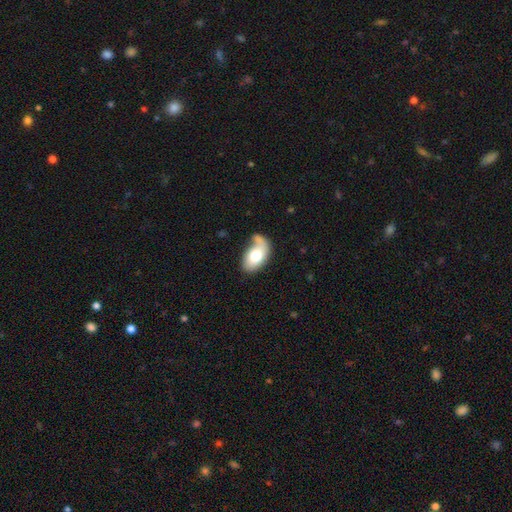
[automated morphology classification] Smooth or featured? Predicted: smooth (p=0.70). How rounded? Predicted: in between (p=0.91). Merging? Predicted: none (p=0.40).